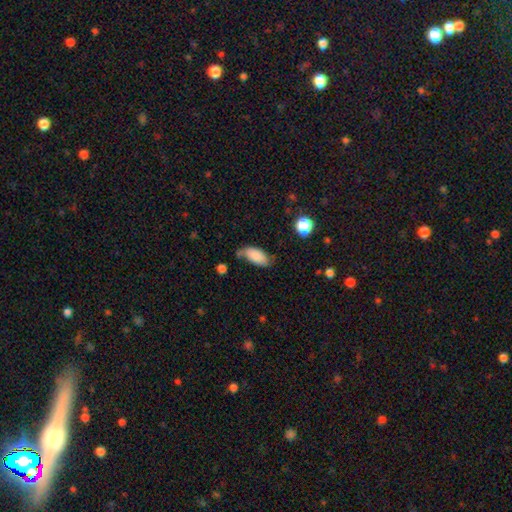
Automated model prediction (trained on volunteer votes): smooth 83%, featured or disk 9%, star or artifact 8%. Down the decision tree: how rounded — in between (93%); merging — none (53%).